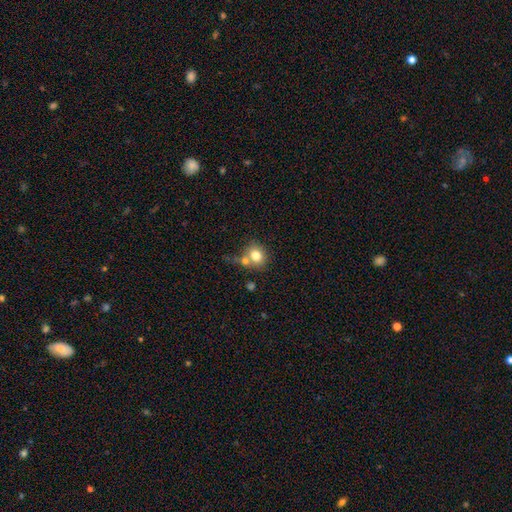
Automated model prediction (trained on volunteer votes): Smooth or featured? smooth (79%)
How rounded? round (72%)
Merging? none (51%)